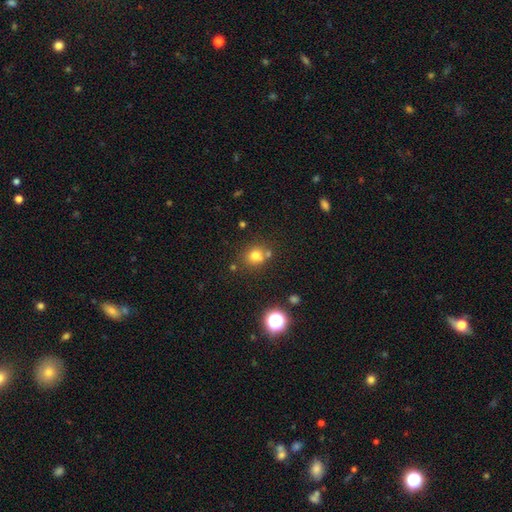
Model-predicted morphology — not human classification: Overall: smooth (73%). How rounded: round (80%). Merging: none (67%).